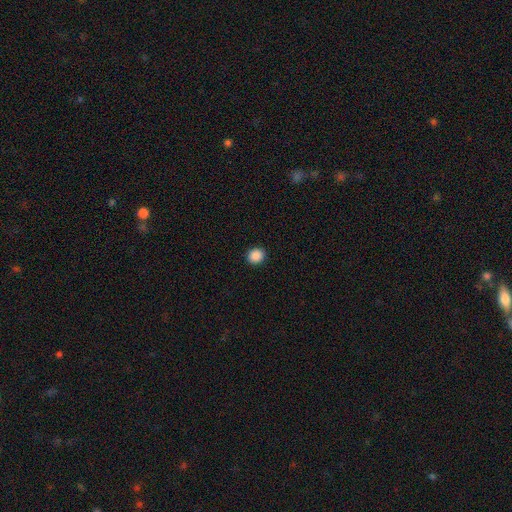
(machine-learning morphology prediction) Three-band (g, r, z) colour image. It shows a smooth galaxy with no disk features (88%) that is round (84%). Merging: none (92%).